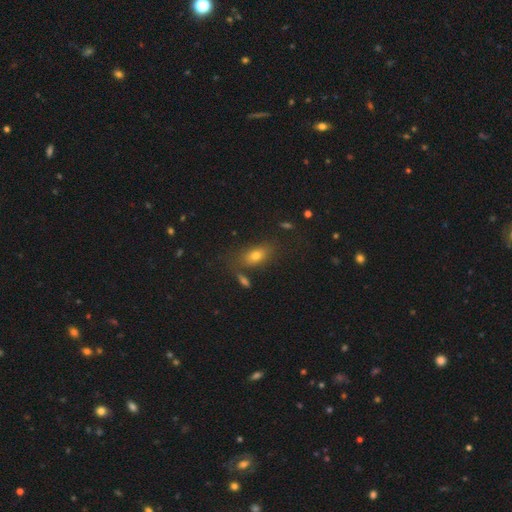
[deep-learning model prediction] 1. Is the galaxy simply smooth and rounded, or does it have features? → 71% smooth, 15% featured or disk, 14% star or artifact.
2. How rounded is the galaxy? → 79% in between, 11% round, 10% cigar-shaped.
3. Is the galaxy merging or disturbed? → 73% none, 14% minor disturbance, 8% merger, 5% major disturbance.